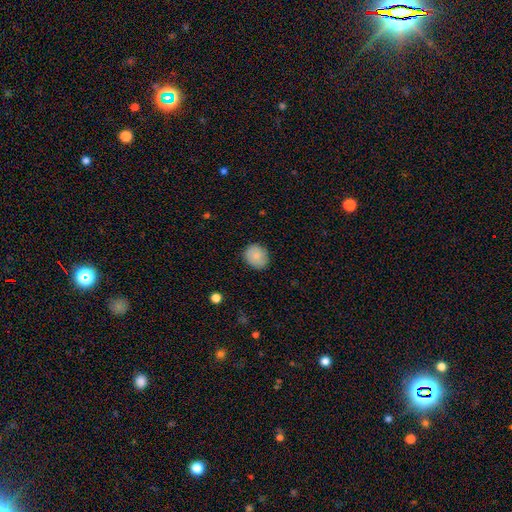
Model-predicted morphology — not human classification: A smooth galaxy with no disk features (80%) that is round (71%). Merging: none (83%).